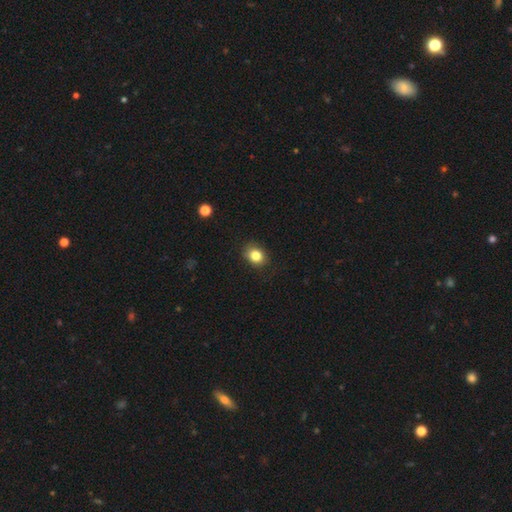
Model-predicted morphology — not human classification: Smooth or featured?
  - smooth: 82% *
  - star or artifact: 11%
  - featured or disk: 7%
How rounded?
  - round: 54% *
  - in between: 46%
  - cigar-shaped: 1%
Merging?
  - none: 83% *
  - minor disturbance: 13%
  - major disturbance: 3%
  - merger: 1%